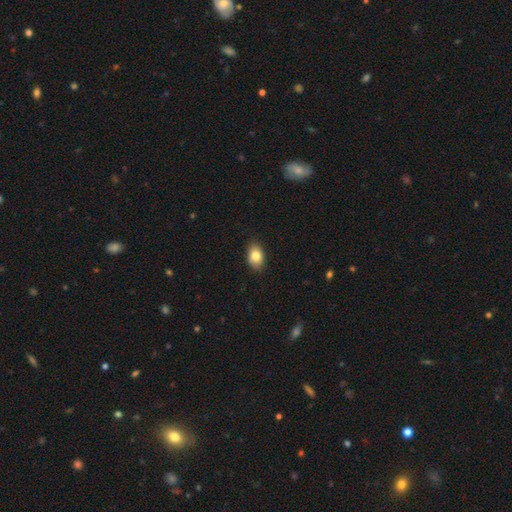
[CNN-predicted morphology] type=smooth (82%); roundness=in between (83%); merging=none (85%).